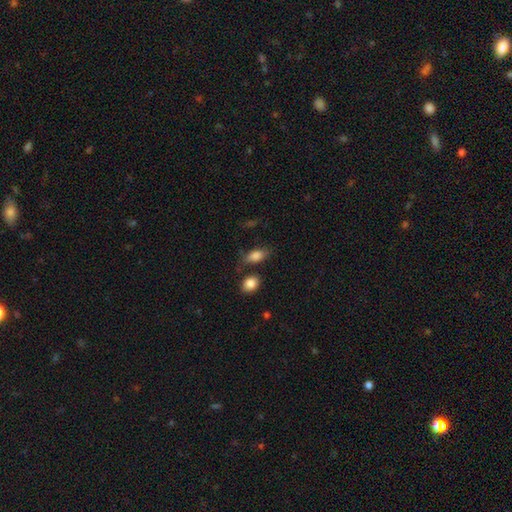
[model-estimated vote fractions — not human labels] Smooth or featured: smooth — 83% (featured or disk — 9%)
How rounded: in between — 85% (cigar-shaped — 9%)
Merging: none — 69% (minor disturbance — 17%)